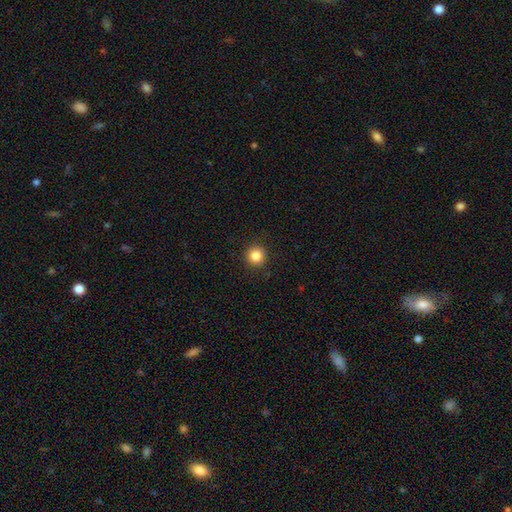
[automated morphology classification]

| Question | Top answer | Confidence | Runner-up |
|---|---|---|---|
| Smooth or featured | smooth | 85% | star or artifact (11%) |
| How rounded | round | 95% | in between (4%) |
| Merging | none | 92% | minor disturbance (5%) |